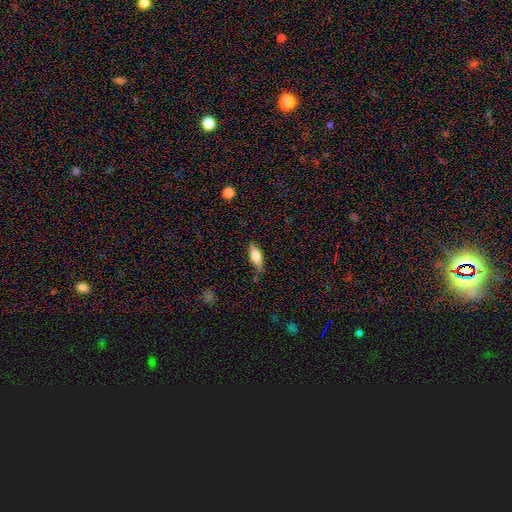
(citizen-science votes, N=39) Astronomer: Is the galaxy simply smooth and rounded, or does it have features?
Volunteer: smooth — 69%.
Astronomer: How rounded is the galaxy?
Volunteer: in between — 67%.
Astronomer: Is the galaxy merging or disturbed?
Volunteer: none — 69%.